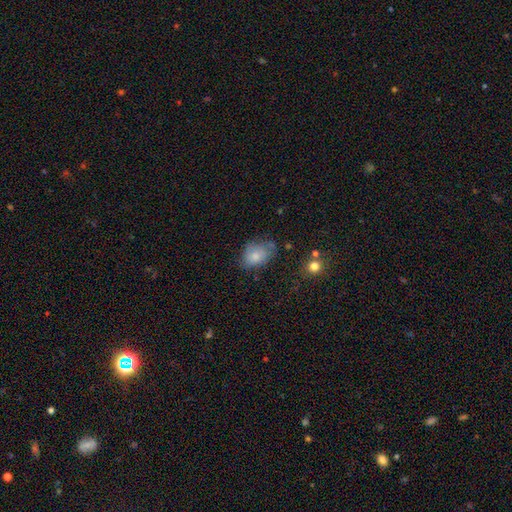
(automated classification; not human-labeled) Q: Smooth or featured?
A: smooth (75%); runner-up: featured or disk (16%)
Q: How rounded?
A: in between (78%); runner-up: round (21%)
Q: Merging?
A: none (49%); runner-up: minor disturbance (33%)